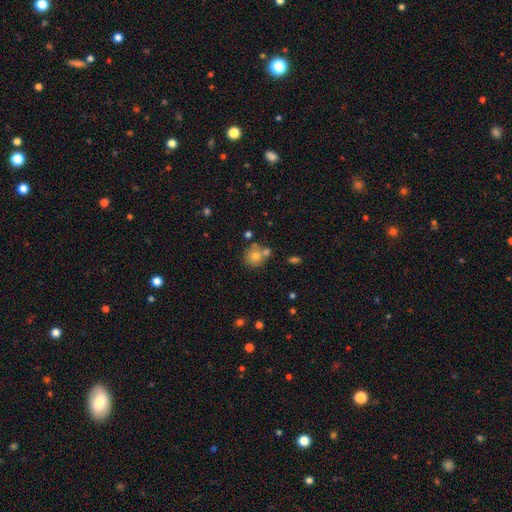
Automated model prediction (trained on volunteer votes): This is likely a smooth galaxy (71%). How rounded: clearly round (89%). Merging: likely none (66%).